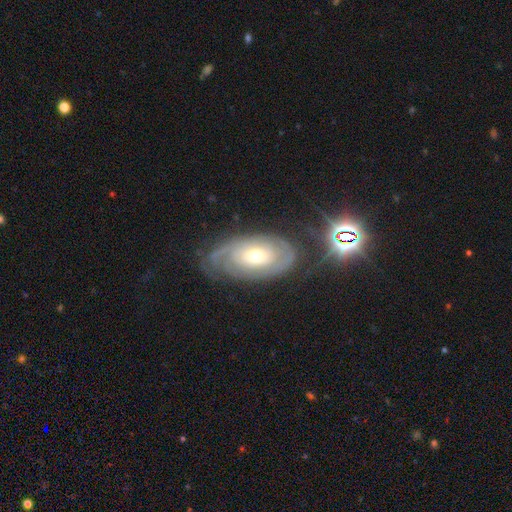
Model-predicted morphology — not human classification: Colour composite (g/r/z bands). It shows a featured or disk galaxy (75%) with no bar (77%), tight (71%) spiral arms (83%) and a moderate central bulge (53%). Merging: none (68%).